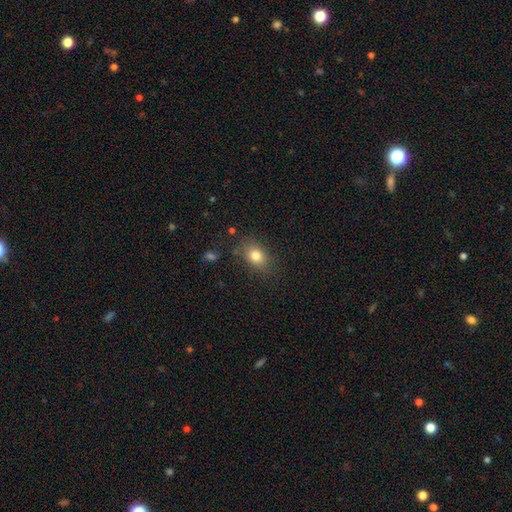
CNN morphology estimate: Smooth or featured? Predicted: smooth (p=0.80). How rounded? Predicted: in between (p=0.67). Merging? Predicted: none (p=0.79).